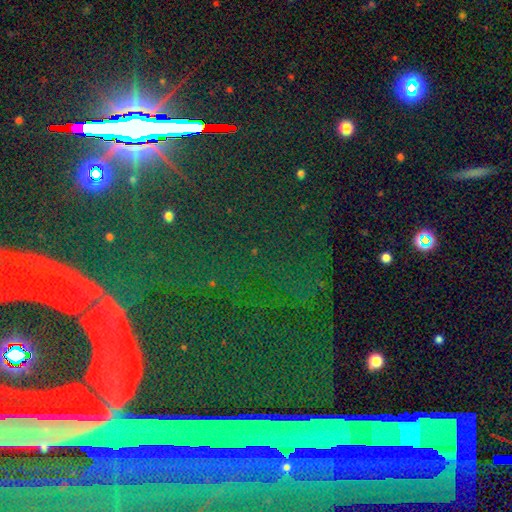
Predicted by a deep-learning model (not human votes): Smooth or featured? Predicted: star or artifact (p=0.75).